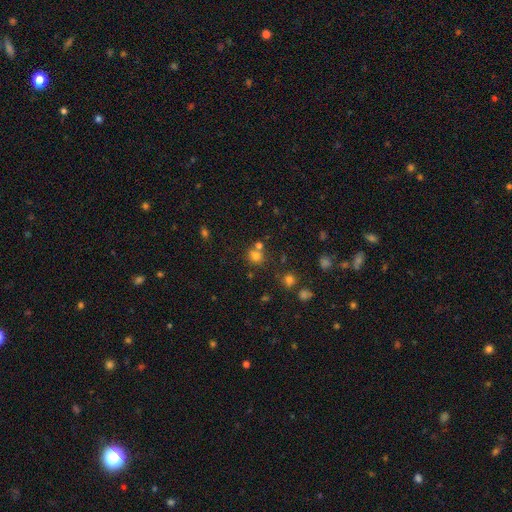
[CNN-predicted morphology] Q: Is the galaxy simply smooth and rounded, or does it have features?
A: smooth — 72%.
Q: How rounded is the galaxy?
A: round — 82%.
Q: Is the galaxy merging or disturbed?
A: none — 59%.